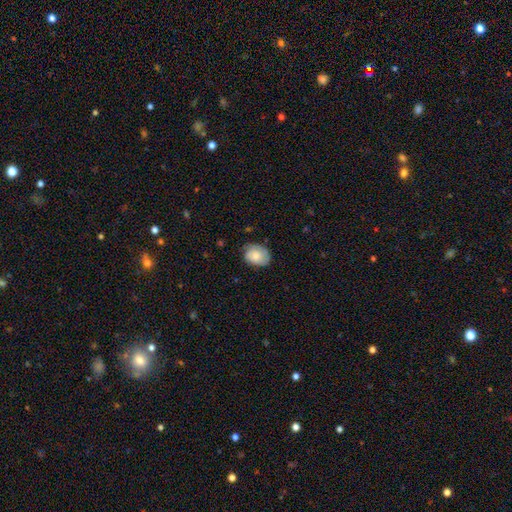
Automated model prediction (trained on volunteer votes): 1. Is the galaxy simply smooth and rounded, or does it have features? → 65% smooth, 28% featured or disk, 7% star or artifact.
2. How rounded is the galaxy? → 62% in between, 37% round, 1% cigar-shaped.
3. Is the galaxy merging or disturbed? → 66% none, 26% minor disturbance, 6% major disturbance, 1% merger.